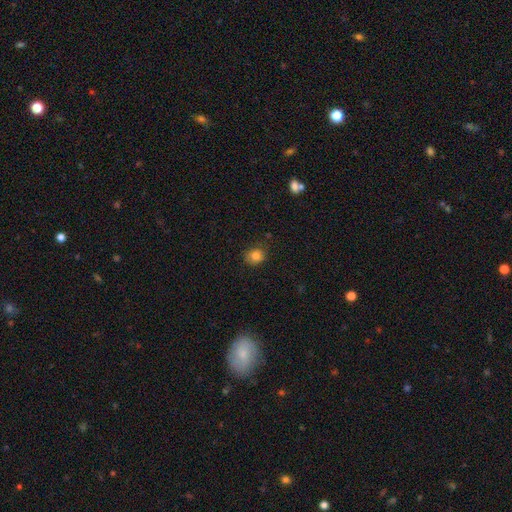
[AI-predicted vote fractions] Smooth or featured? smooth (83%)
How rounded? round (76%)
Merging? none (78%)